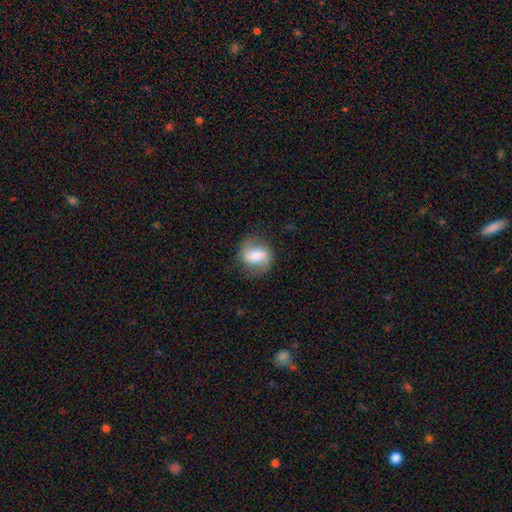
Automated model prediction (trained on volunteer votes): Smooth or featured? featured or disk (51%)
Edge-on disk? no (95%)
Merging? none (79%)